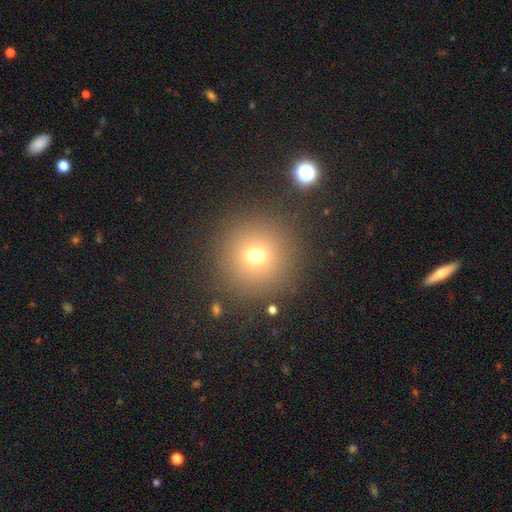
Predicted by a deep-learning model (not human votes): Smooth or featured? Predicted: smooth (p=0.69). How rounded? Predicted: round (p=0.94). Merging? Predicted: none (p=0.86).